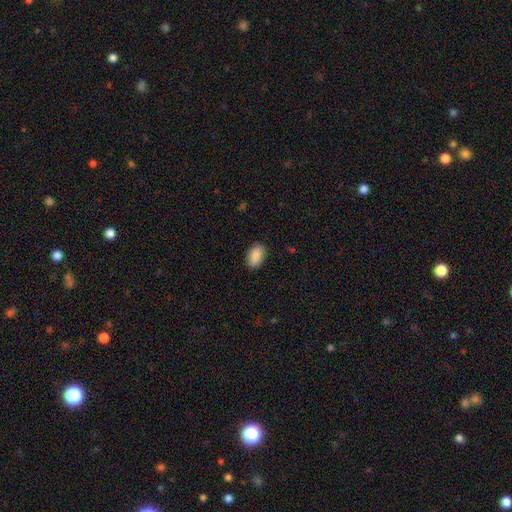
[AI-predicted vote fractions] Smooth or featured? smooth (89%)
How rounded? in between (91%)
Merging? none (87%)